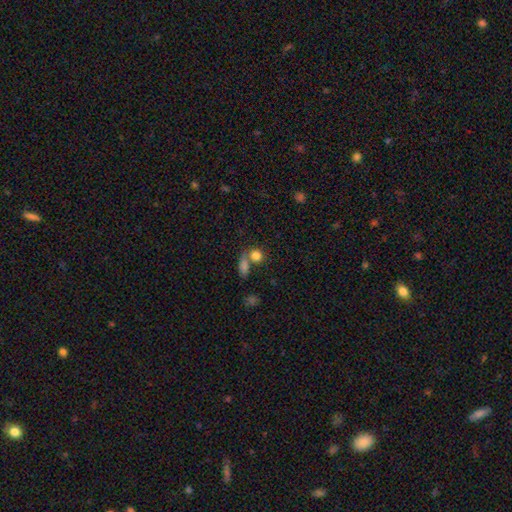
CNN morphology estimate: Smooth or featured: smooth — 82% (star or artifact — 11%)
How rounded: round — 70% (in between — 28%)
Merging: none — 50% (merger — 36%)